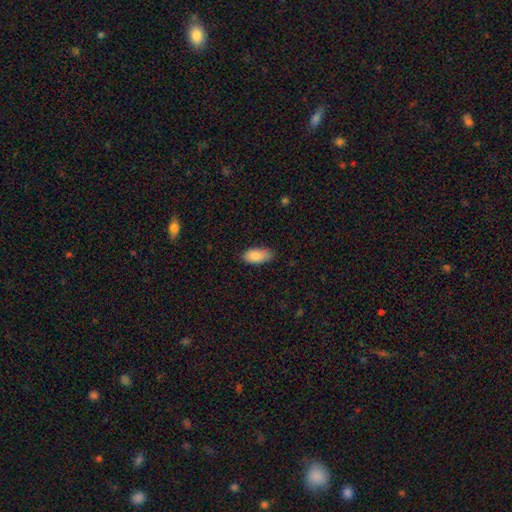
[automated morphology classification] Overall: smooth (85%). How rounded: in between (92%). Merging: none (70%).